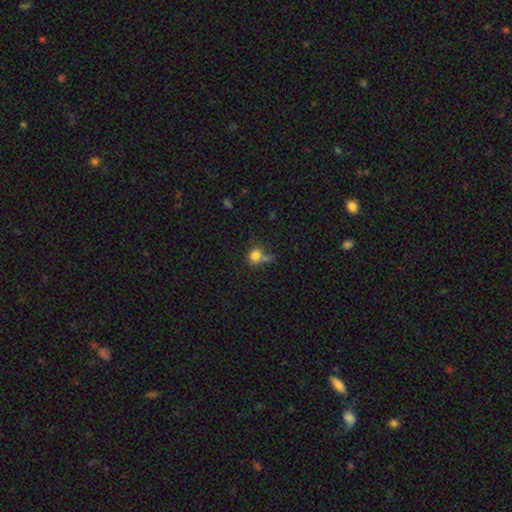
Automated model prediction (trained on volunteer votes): Smooth or featured?
  - smooth: 80% *
  - star or artifact: 11%
  - featured or disk: 9%
How rounded?
  - round: 65% *
  - in between: 34%
  - cigar-shaped: 2%
Merging?
  - none: 42% *
  - merger: 26%
  - minor disturbance: 18%
  - major disturbance: 14%